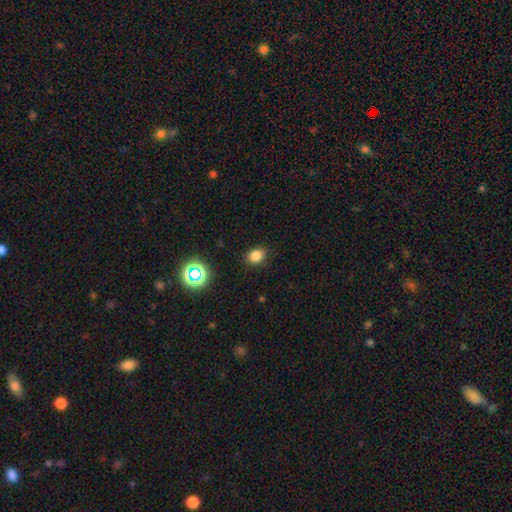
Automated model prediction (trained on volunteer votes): smooth_or_featured: smooth (p=0.80) [alt: star or artifact p=0.15]
how_rounded: in between (p=0.55) [alt: round p=0.44]
merging: none (p=0.87) [alt: minor disturbance p=0.09]